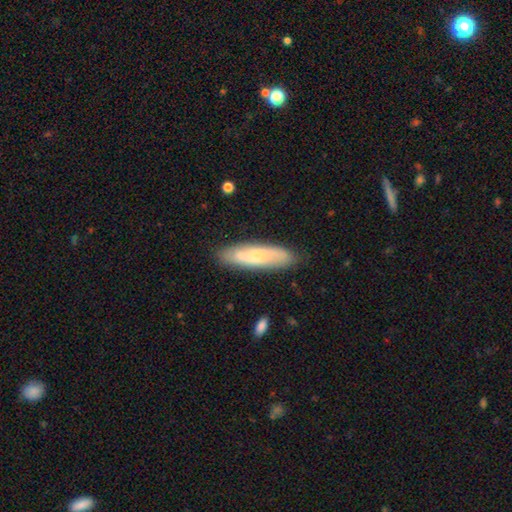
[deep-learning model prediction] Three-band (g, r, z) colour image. It shows a smooth galaxy with no disk features (61%) that is cigar-shaped (67%). Merging: none (83%).